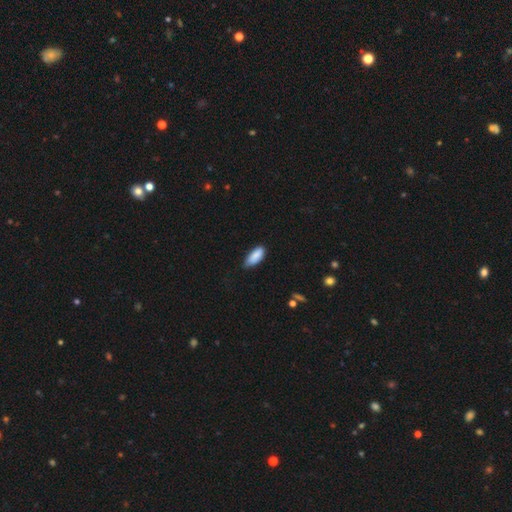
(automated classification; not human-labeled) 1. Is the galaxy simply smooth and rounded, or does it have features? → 88% smooth, 6% star or artifact, 6% featured or disk.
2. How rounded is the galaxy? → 83% in between, 15% cigar-shaped, 2% round.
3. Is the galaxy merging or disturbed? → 66% none, 29% minor disturbance, 4% major disturbance, 1% merger.